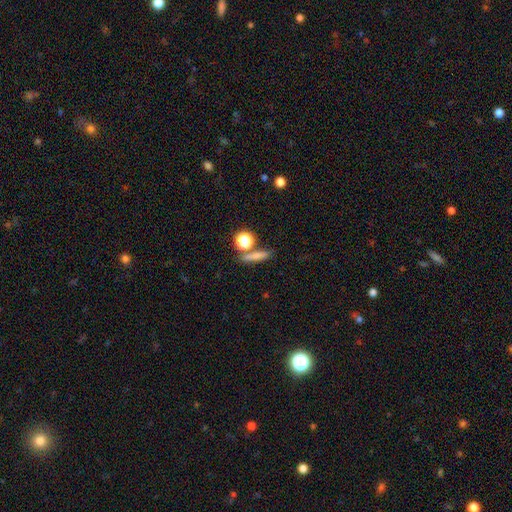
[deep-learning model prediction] Overall: smooth (69%). How rounded: cigar-shaped (61%; round 21%). Merging: none (73%).